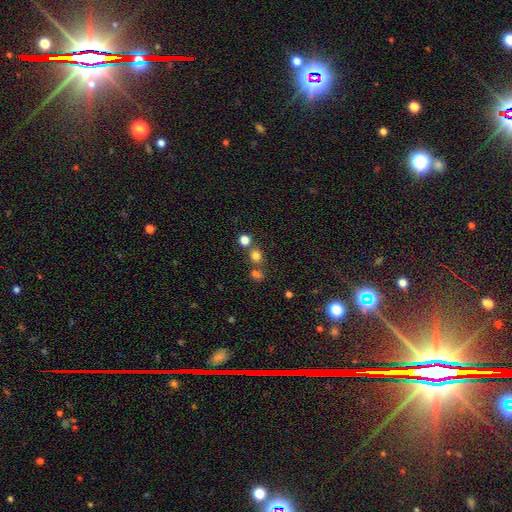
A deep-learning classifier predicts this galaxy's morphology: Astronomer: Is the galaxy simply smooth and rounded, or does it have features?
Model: smooth — 74%.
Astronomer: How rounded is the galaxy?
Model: round — 83%.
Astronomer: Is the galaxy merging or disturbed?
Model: none — 64%.